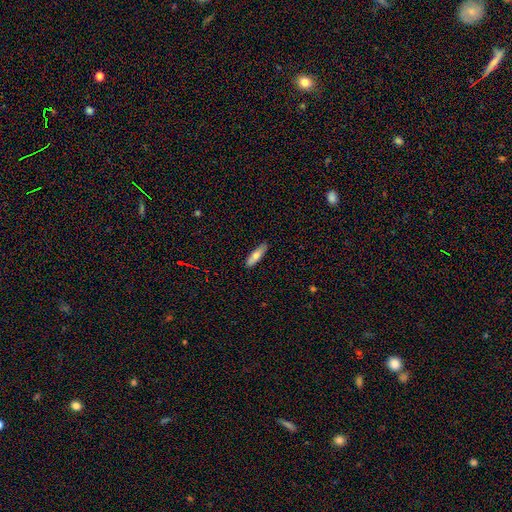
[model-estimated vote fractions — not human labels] The model was most divided on "how rounded": cigar-shaped: 59%, in between: 39%, round: 2%. More confident: merging — none (86%); smooth or featured — smooth (70%).